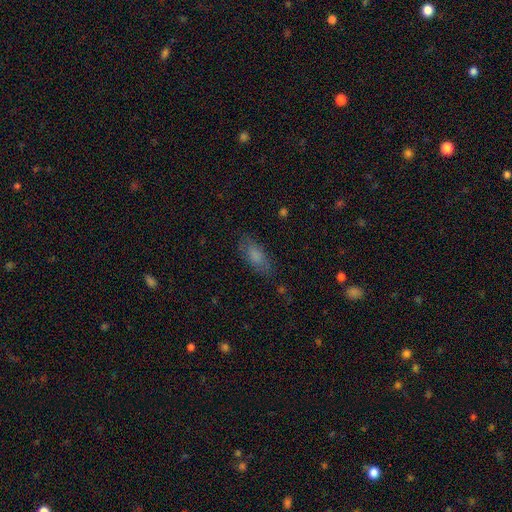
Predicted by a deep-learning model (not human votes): Smooth or featured? smooth (77%)
How rounded? in between (79%)
Merging? none (76%)